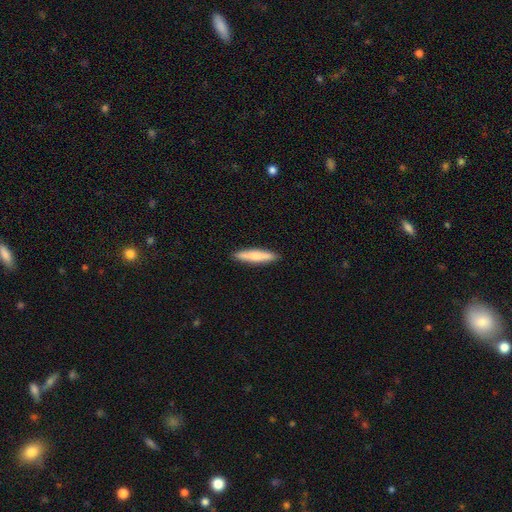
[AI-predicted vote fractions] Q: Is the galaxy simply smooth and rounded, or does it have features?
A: smooth — 68%.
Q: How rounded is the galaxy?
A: cigar-shaped — 89%.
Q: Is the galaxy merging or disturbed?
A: none — 91%.